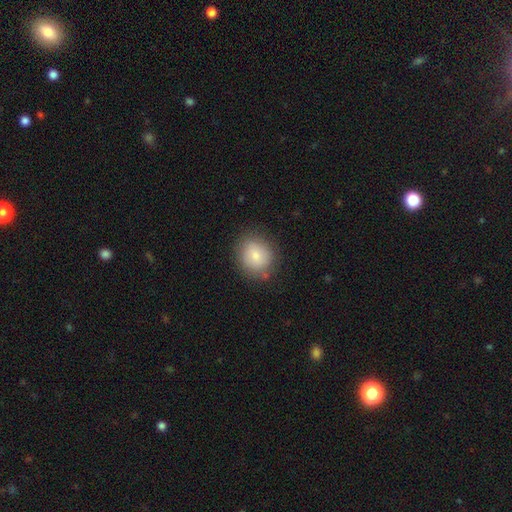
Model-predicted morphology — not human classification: smooth_or_featured: smooth (p=0.80) [alt: featured or disk p=0.12]
how_rounded: round (p=0.71) [alt: in between p=0.28]
merging: none (p=0.79) [alt: minor disturbance p=0.15]